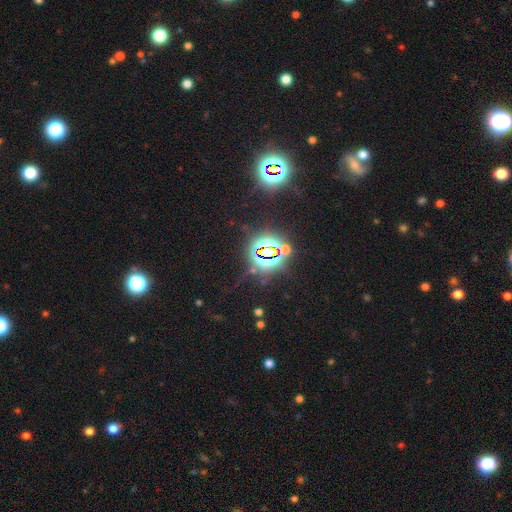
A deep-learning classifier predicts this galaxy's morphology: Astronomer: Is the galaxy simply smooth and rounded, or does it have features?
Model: star or artifact — 77%.